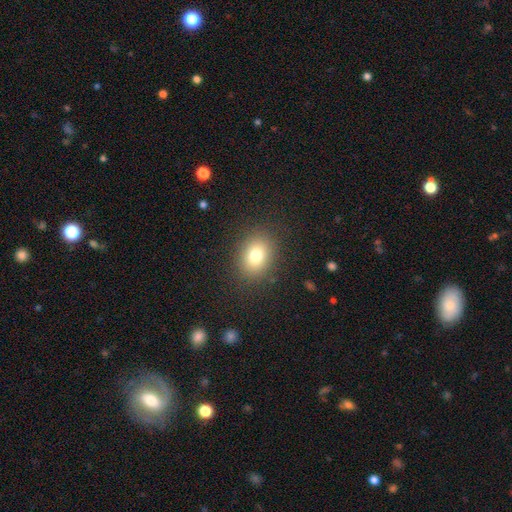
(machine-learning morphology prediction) Q: Smooth or featured?
A: smooth (78%); runner-up: star or artifact (12%)
Q: How rounded?
A: in between (55%); runner-up: round (44%)
Q: Merging?
A: none (86%); runner-up: minor disturbance (9%)